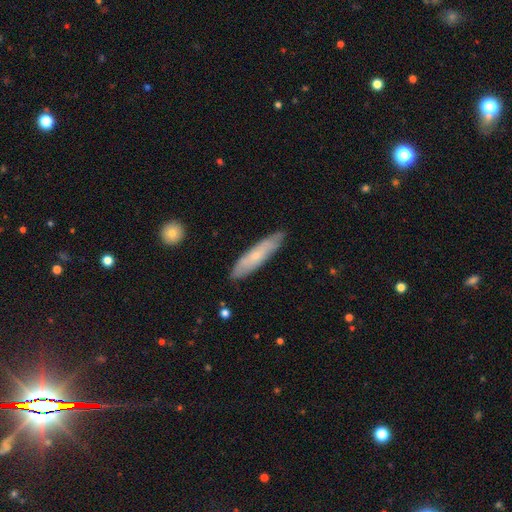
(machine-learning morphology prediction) Smooth or featured?
  - smooth: 51% *
  - featured or disk: 43%
  - star or artifact: 6%
How rounded?
  - cigar-shaped: 79% *
  - in between: 19%
  - round: 2%
Merging?
  - none: 83% *
  - minor disturbance: 13%
  - major disturbance: 2%
  - merger: 1%